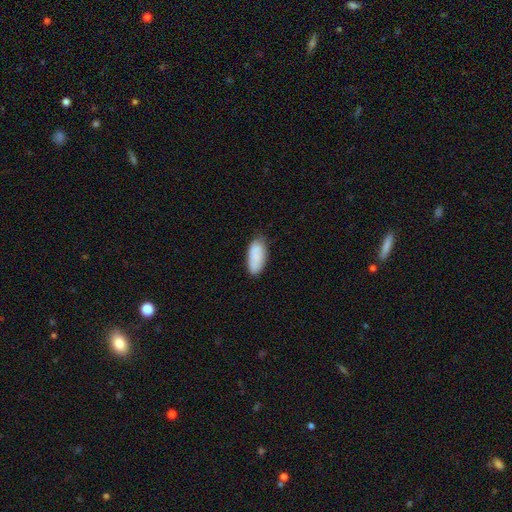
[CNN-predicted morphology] This appears to be a smooth galaxy with no disk features (86%) that is in between round and cigar-shaped (89%). Merging: none (73%).